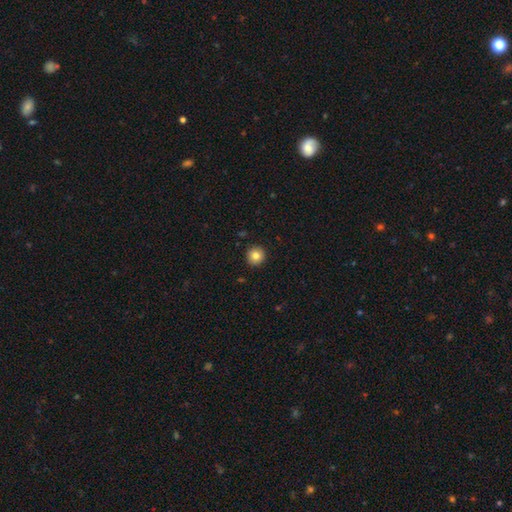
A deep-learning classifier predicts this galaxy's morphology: This appears to be a smooth galaxy with no disk features (83%) that is round (95%). Merging: none (92%).